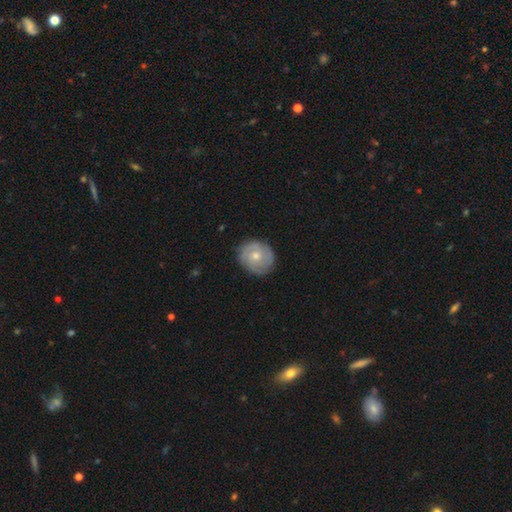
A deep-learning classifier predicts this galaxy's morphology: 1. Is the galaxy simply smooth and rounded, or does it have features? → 59% featured or disk, 35% smooth, 6% star or artifact.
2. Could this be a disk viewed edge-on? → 97% no, 3% yes.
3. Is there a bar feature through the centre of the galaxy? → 79% no, 18% weak, 3% strong.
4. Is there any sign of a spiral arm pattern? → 81% yes, 19% no.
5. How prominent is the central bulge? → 56% moderate, 40% small, 2% large, 1% none, 1% dominant.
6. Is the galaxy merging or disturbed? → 81% none, 14% minor disturbance, 3% major disturbance, 1% merger.